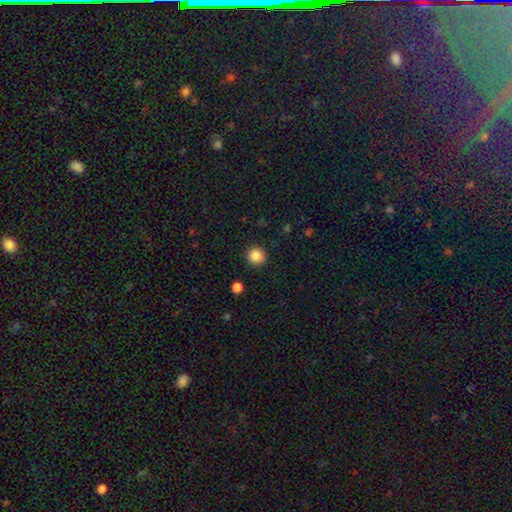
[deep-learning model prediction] The model was most divided on "smooth or featured": smooth: 87%, star or artifact: 10%, featured or disk: 3%. More confident: how rounded — round (92%); merging — none (90%).